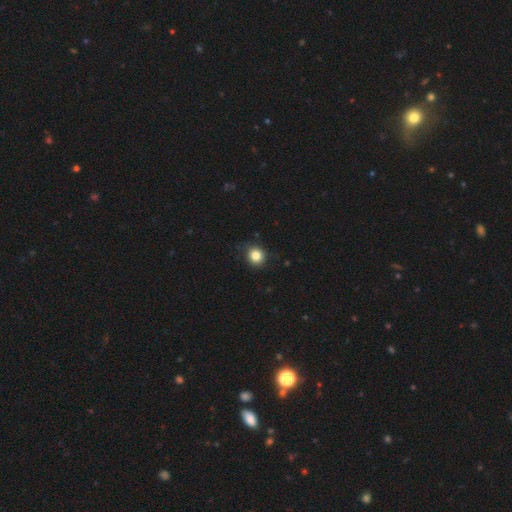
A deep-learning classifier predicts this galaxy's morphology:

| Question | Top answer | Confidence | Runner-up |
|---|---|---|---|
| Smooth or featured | smooth | 82% | star or artifact (11%) |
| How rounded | round | 86% | in between (13%) |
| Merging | none | 86% | minor disturbance (11%) |